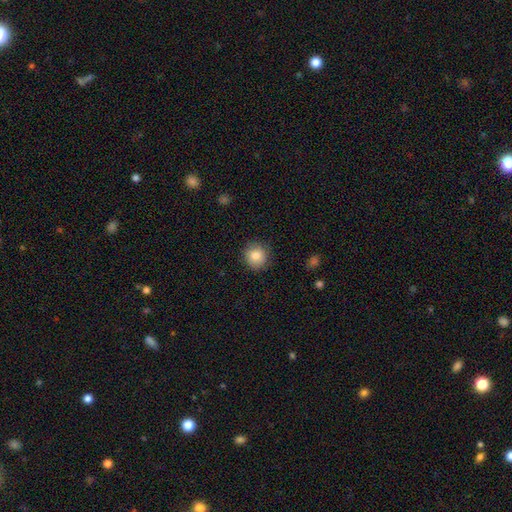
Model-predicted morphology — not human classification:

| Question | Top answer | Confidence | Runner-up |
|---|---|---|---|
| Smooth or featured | smooth | 84% | star or artifact (9%) |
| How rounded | round | 89% | in between (10%) |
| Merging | none | 87% | minor disturbance (9%) |